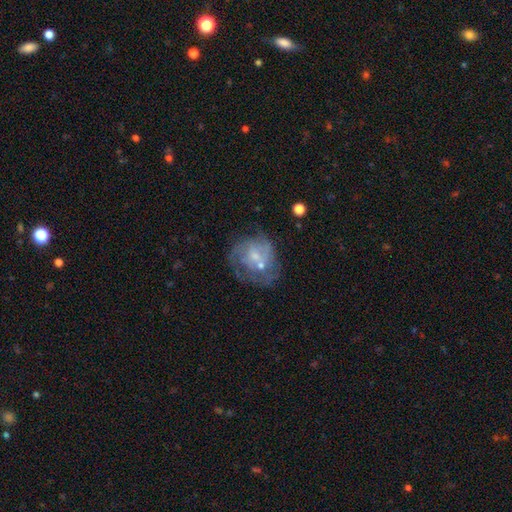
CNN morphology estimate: Smooth or featured?
  - featured or disk: 66% *
  - smooth: 25%
  - star or artifact: 9%
Edge-on disk?
  - no: 98% *
  - yes: 2%
Bar?
  - no: 71% *
  - weak: 25%
  - strong: 4%
Spiral arms?
  - yes: 67% *
  - no: 33%
Bulge size?
  - small: 53% *
  - moderate: 31%
  - none: 13%
  - large: 2%
  - dominant: 1%
Merging?
  - none: 45% *
  - major disturbance: 20%
  - minor disturbance: 19%
  - merger: 16%